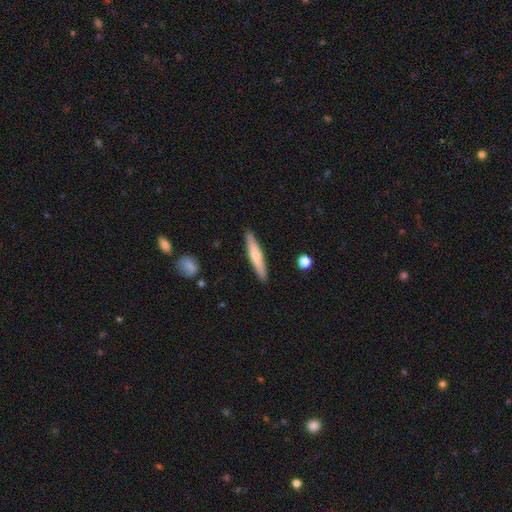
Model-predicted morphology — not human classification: smooth-or-featured: smooth: 56% | featured or disk: 39% | star or artifact: 5%
  how-rounded: cigar-shaped: 91% | in between: 7% | round: 1%
  merging: none: 90% | minor disturbance: 7% | major disturbance: 1% | merger: 1%